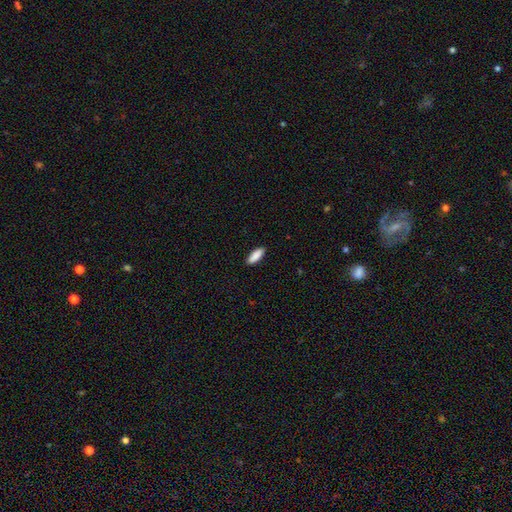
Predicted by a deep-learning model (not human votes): A smooth galaxy with no disk features (89%) that is in between round and cigar-shaped (62%).

Vote fractions:
- Smooth or featured? smooth: 89% / star or artifact: 6% / featured or disk: 5%
- How rounded? in between: 62% / cigar-shaped: 36% / round: 2%
- Merging? none: 89% / minor disturbance: 9% / major disturbance: 2% / merger: 1%